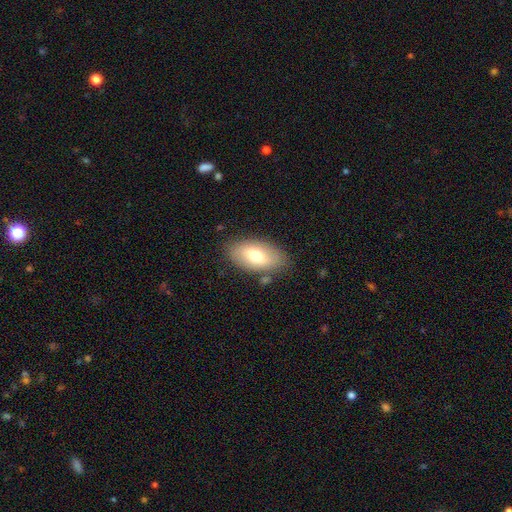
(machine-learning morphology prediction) A smooth galaxy with no disk features (67%) that is in between round and cigar-shaped (93%).

Vote fractions:
- Smooth or featured? smooth: 67% / featured or disk: 26% / star or artifact: 7%
- How rounded? in between: 93% / round: 5% / cigar-shaped: 3%
- Merging? none: 80% / minor disturbance: 13% / major disturbance: 4% / merger: 3%